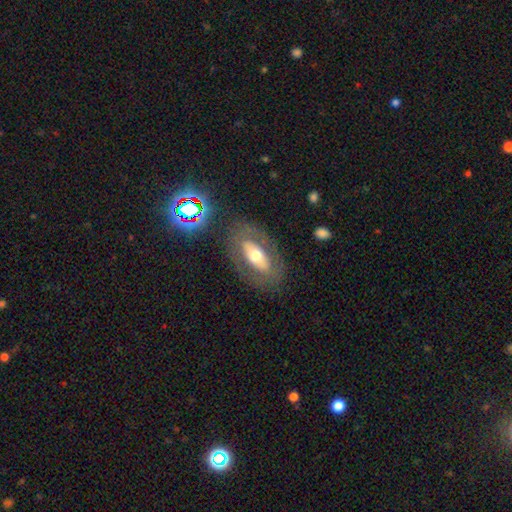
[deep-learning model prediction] A featured or disk galaxy (53%).

Vote fractions:
- Smooth or featured? featured or disk: 53% / smooth: 40% / star or artifact: 7%
- Edge-on disk? no: 84% / yes: 16%
- Merging? none: 79% / minor disturbance: 11% / major disturbance: 7% / merger: 2%